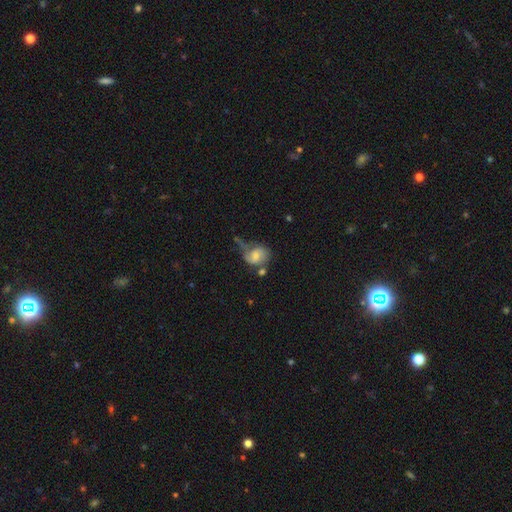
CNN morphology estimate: A featured or disk galaxy (50%).

Vote fractions:
- Smooth or featured? featured or disk: 50% / smooth: 42% / star or artifact: 8%
- Merging? none: 30% / major disturbance: 29% / minor disturbance: 25% / merger: 16%